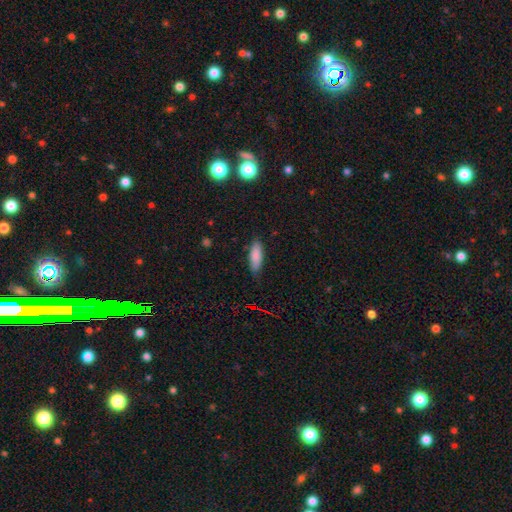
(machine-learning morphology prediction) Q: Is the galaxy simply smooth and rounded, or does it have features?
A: smooth — 84%.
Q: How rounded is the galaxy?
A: in between — 57%.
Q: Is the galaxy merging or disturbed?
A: none — 80%.